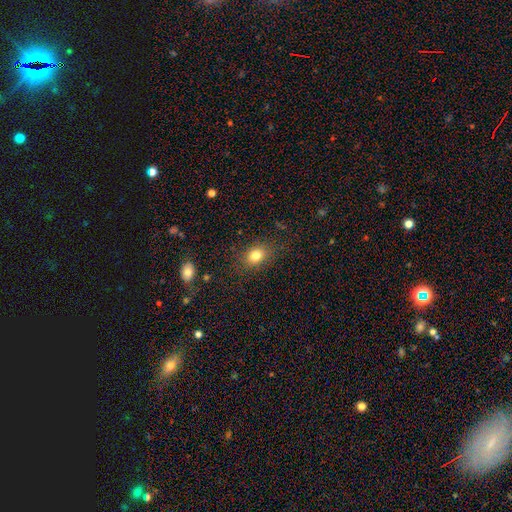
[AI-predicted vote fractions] A smooth galaxy with no disk features (81%) that is in between round and cigar-shaped (61%).

Vote fractions:
- Smooth or featured? smooth: 81% / star or artifact: 12% / featured or disk: 8%
- How rounded? in between: 61% / round: 37% / cigar-shaped: 1%
- Merging? none: 83% / minor disturbance: 12% / major disturbance: 4% / merger: 1%